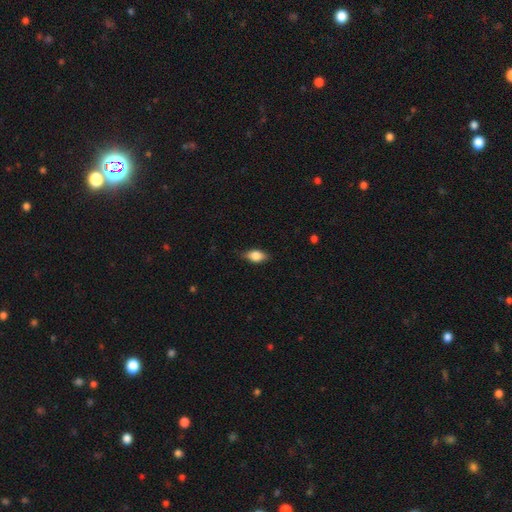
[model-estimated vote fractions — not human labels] Smooth or featured: smooth — 75% (featured or disk — 17%)
How rounded: in between — 85% (cigar-shaped — 8%)
Merging: none — 80% (minor disturbance — 16%)